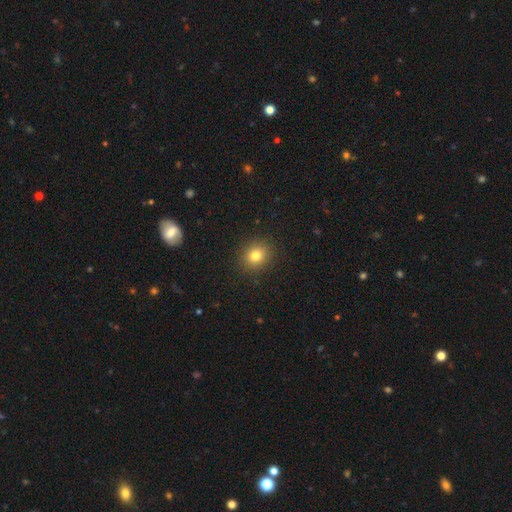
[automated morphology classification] Smooth or featured?
  - smooth: 80% *
  - star or artifact: 13%
  - featured or disk: 7%
How rounded?
  - round: 74% *
  - in between: 25%
  - cigar-shaped: 1%
Merging?
  - none: 90% *
  - minor disturbance: 7%
  - major disturbance: 2%
  - merger: 1%